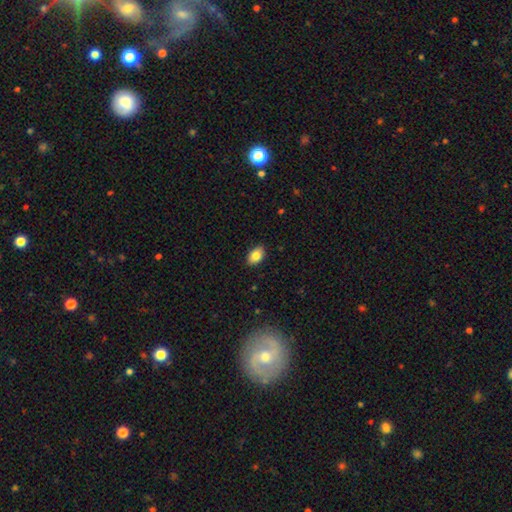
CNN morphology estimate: A smooth galaxy with no disk features (84%) that is in between round and cigar-shaped (87%). Merging: none (86%).